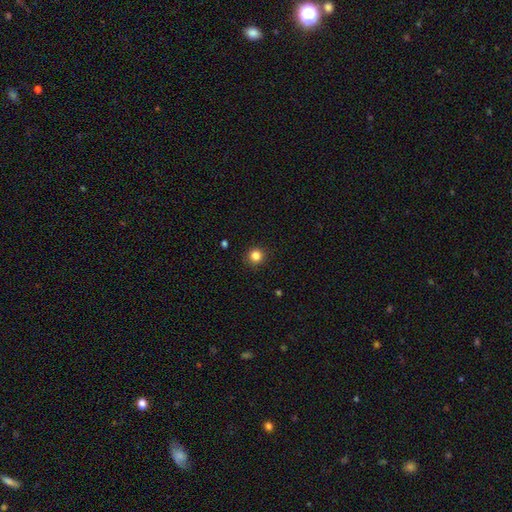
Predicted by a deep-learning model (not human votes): Overall: smooth (83%). How rounded: round (94%). Merging: none (92%).